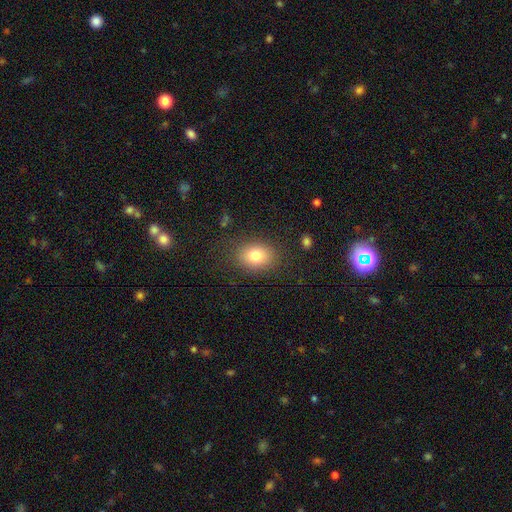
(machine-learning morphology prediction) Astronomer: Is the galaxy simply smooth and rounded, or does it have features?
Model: smooth — 80%.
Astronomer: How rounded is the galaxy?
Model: in between — 61% (runner-up: round, 38%).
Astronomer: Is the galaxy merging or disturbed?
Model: none — 82%.